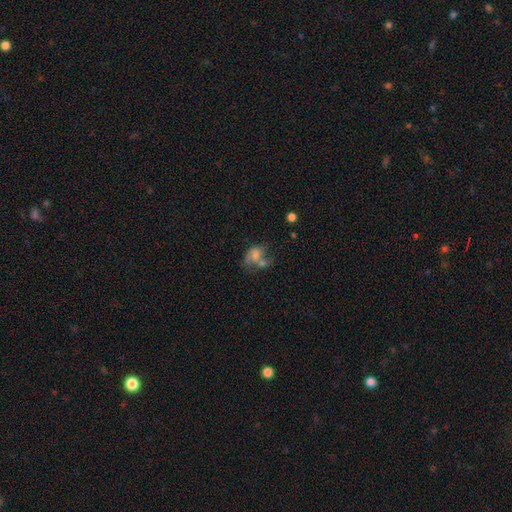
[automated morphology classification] type=smooth (52%); roundness=in between (69%); merging=merger (47%).